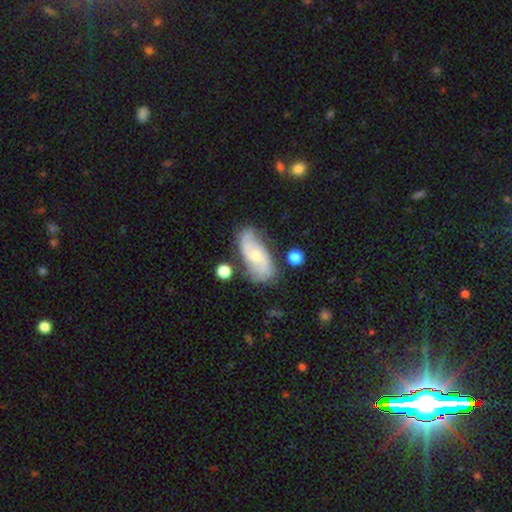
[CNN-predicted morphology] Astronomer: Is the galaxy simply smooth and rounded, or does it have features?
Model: featured or disk — 65%.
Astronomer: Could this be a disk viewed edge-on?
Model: no — 93%.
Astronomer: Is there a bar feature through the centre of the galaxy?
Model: no — 63%.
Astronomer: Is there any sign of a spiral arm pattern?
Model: yes — 89%.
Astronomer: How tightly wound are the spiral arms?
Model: medium — 42% (runner-up: loose, 34%).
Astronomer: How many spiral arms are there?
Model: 2 — 75%.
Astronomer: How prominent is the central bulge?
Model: small — 60%.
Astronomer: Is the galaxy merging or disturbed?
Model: none — 67%.